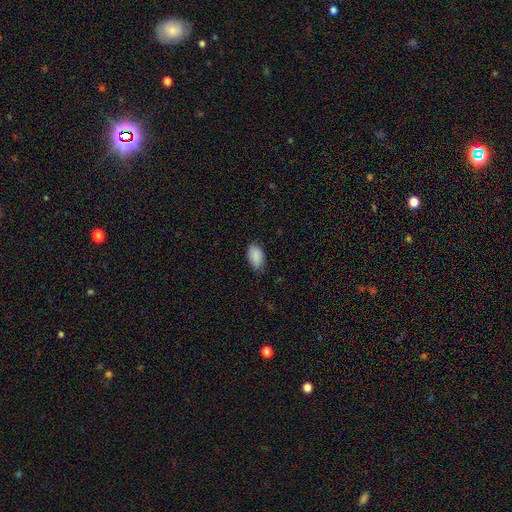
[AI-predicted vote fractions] Smooth or featured? Predicted: smooth (p=0.89). How rounded? Predicted: in between (p=0.94). Merging? Predicted: none (p=0.76).